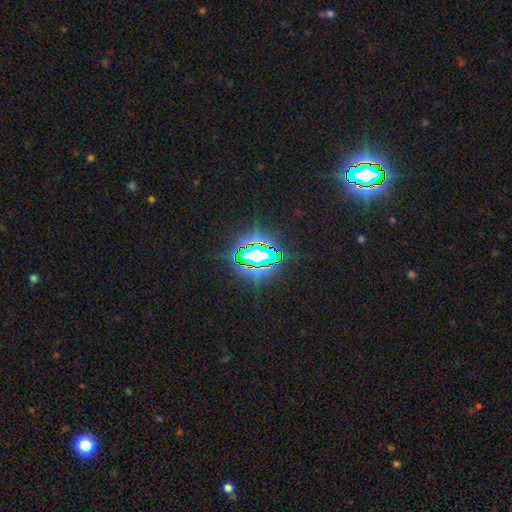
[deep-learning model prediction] Smooth or featured? Predicted: star or artifact (p=0.75).